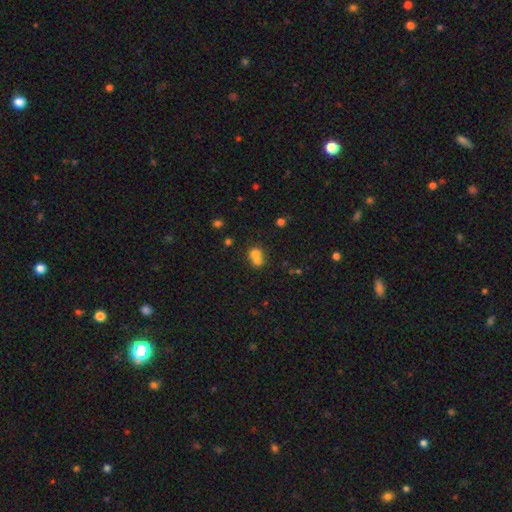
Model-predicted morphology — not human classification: This appears to be a smooth galaxy with no disk features (68%) that is round (72%). Merging: merger (64%).